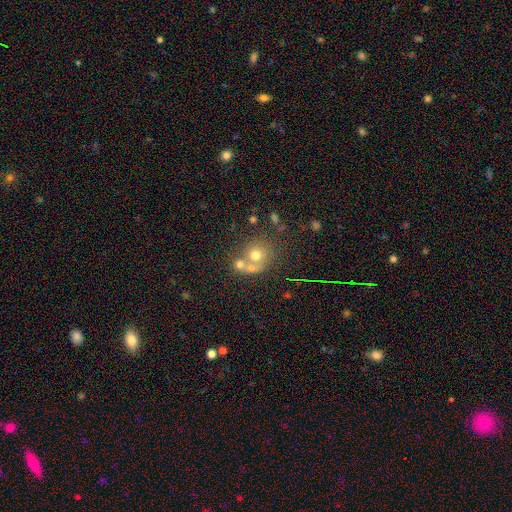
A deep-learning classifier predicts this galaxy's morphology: type=smooth (62%); roundness=round (79%); merging=merger (44%).